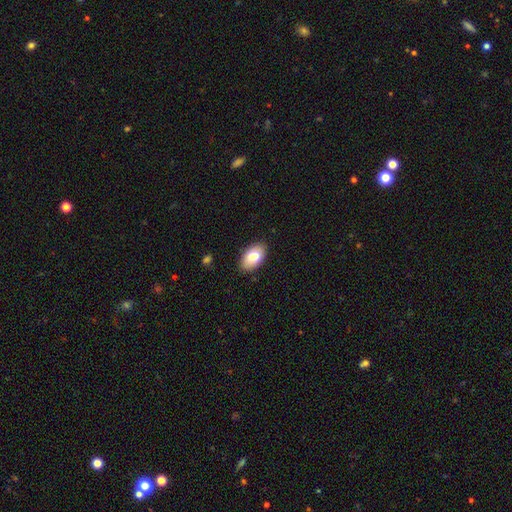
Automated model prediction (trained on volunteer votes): Smooth or featured? Predicted: smooth (p=0.77). How rounded? Predicted: in between (p=0.93). Merging? Predicted: none (p=0.86).